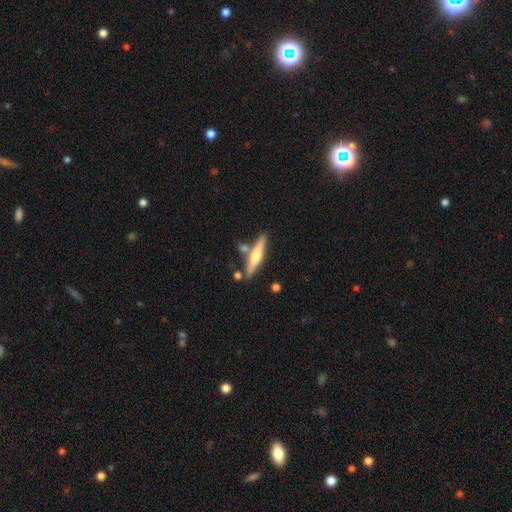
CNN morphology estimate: Q: Smooth or featured?
A: featured or disk (53%); runner-up: smooth (41%)
Q: Edge-on disk?
A: yes (96%); runner-up: no (4%)
Q: Edge-on bulge?
A: rounded (83%); runner-up: none (9%)
Q: Merging?
A: none (76%); runner-up: minor disturbance (11%)